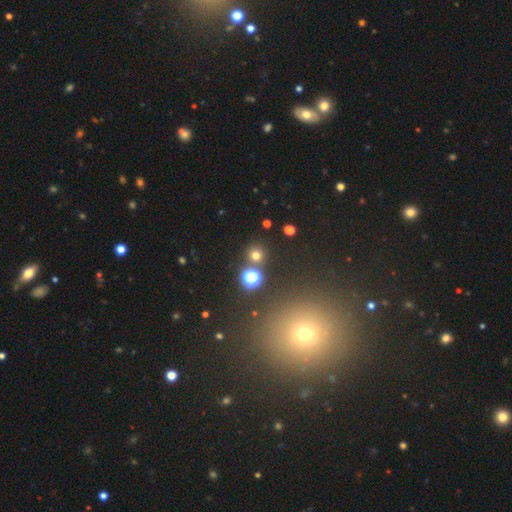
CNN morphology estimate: This appears to be a smooth galaxy with no disk features (69%) that is round (94%). Merging: none (85%).